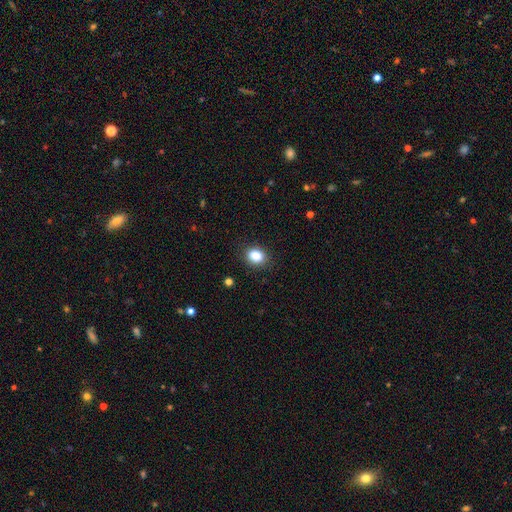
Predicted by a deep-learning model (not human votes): This is clearly a smooth galaxy (87%). How rounded: possibly in between (55%). Merging: clearly none (85%).